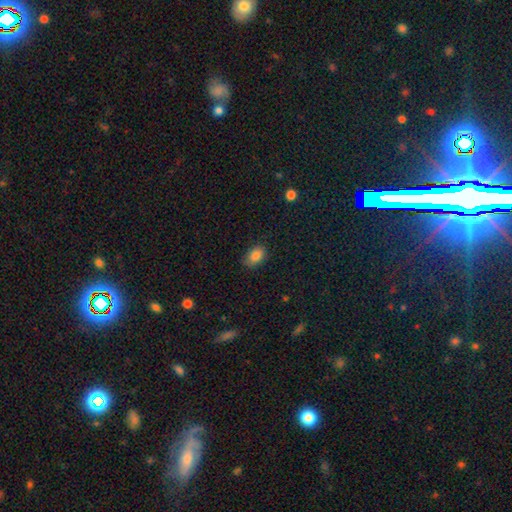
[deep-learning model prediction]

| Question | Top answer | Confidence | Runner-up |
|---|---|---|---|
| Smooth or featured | smooth | 83% | star or artifact (9%) |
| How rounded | in between | 81% | round (17%) |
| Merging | none | 80% | minor disturbance (16%) |